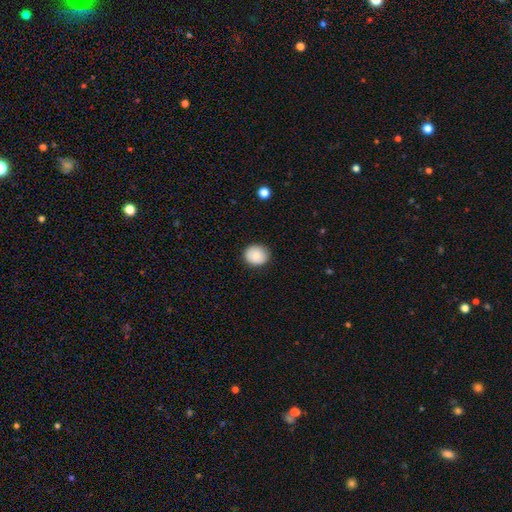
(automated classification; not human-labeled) smooth_or_featured: smooth (p=0.83) [alt: featured or disk p=0.09]
how_rounded: round (p=0.75) [alt: in between p=0.24]
merging: none (p=0.87) [alt: minor disturbance p=0.10]